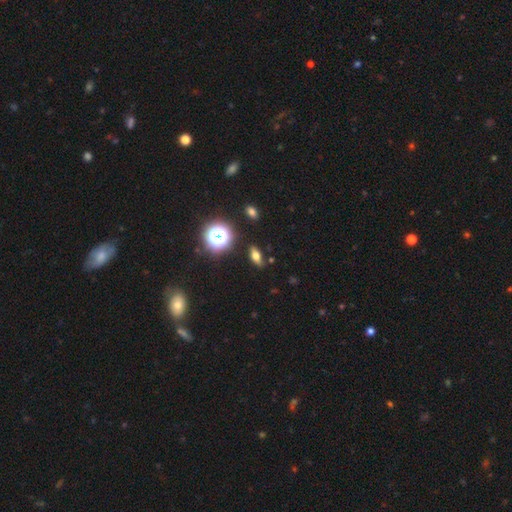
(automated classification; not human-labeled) Smooth or featured?
  - smooth: 61% *
  - featured or disk: 21%
  - star or artifact: 18%
How rounded?
  - in between: 69% *
  - cigar-shaped: 16%
  - round: 15%
Merging?
  - none: 84% *
  - minor disturbance: 10%
  - major disturbance: 3%
  - merger: 2%